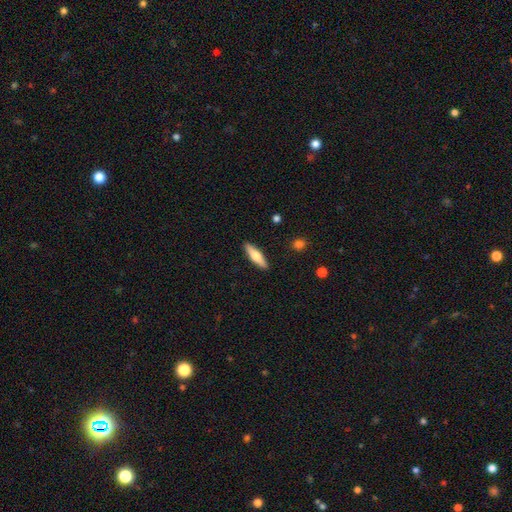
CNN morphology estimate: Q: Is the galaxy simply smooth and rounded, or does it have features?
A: smooth — 58%.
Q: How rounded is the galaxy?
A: cigar-shaped — 66%.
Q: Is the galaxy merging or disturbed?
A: none — 90%.